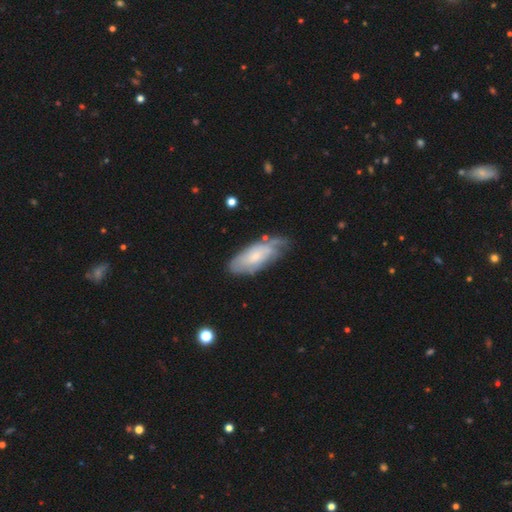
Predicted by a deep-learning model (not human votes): This appears to be a featured or disk galaxy (47%, tied with smooth). Merging: none (56%).